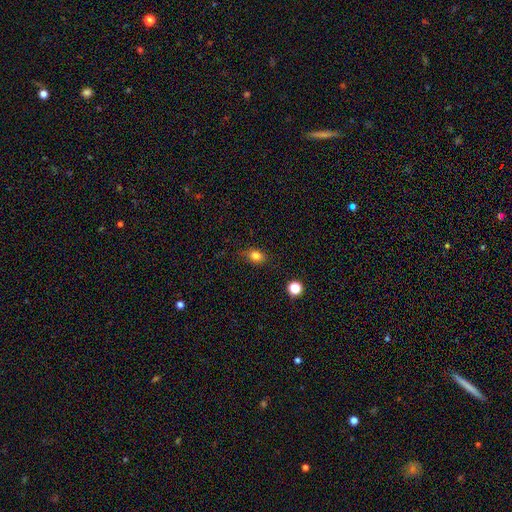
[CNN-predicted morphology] Overall: smooth (81%). How rounded: in between (63%; round 35%). Merging: none (80%).